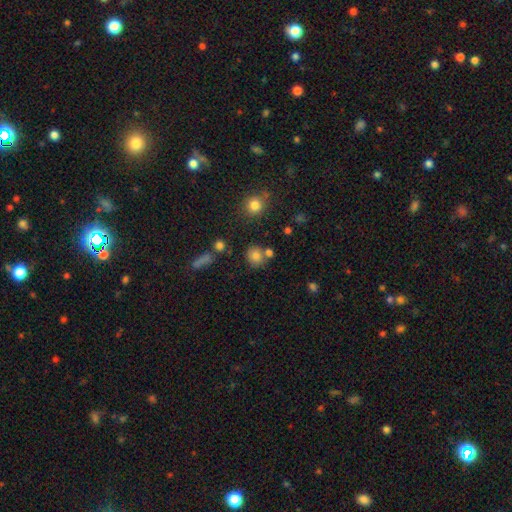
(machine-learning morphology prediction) The model was most divided on "merging": none: 69%, merger: 16%, minor disturbance: 11%, major disturbance: 4%. More confident: how rounded — round (84%); smooth or featured — smooth (76%).